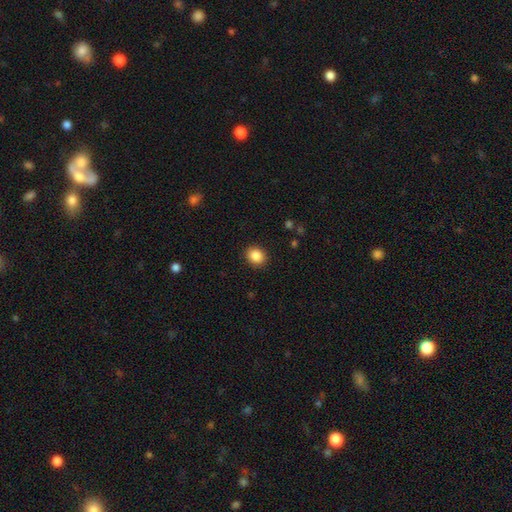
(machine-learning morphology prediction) A smooth galaxy with no disk features (87%) that is round (67%). Merging: none (90%).